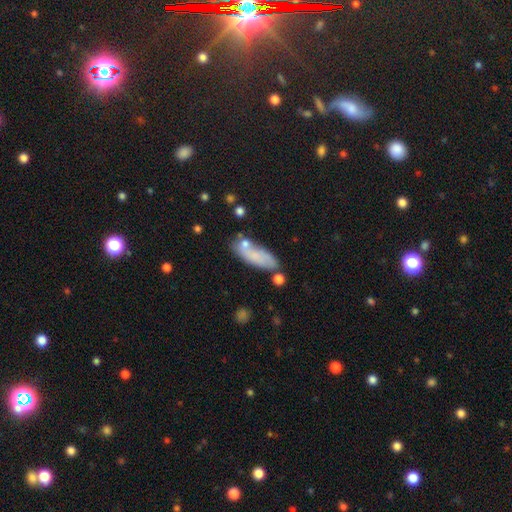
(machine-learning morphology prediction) A smooth galaxy with no disk features (71%) that is in between round and cigar-shaped (62%).

Vote fractions:
- Smooth or featured? smooth: 71% / featured or disk: 20% / star or artifact: 8%
- How rounded? in between: 62% / cigar-shaped: 36% / round: 3%
- Merging? none: 59% / minor disturbance: 21% / merger: 13% / major disturbance: 7%